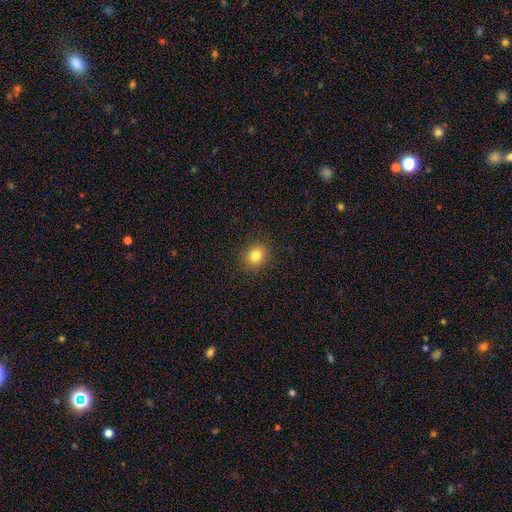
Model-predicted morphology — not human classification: This appears to be a smooth galaxy with no disk features (82%) that is round (74%). Merging: none (90%).